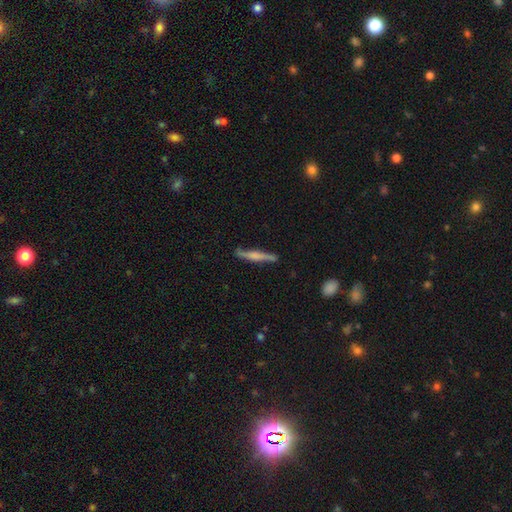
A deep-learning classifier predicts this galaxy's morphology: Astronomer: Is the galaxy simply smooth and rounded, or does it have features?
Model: featured or disk — 54% (runner-up: smooth, 41%).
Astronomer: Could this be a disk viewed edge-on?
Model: yes — 93%.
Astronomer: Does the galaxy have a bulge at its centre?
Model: rounded — 49% (runner-up: boxy, 27%).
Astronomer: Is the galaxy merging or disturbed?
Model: none — 81%.